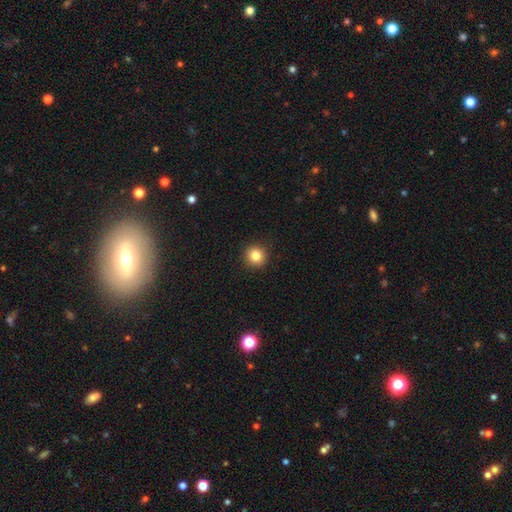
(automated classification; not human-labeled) smooth-or-featured: smooth: 84% | star or artifact: 10% | featured or disk: 6%
  how-rounded: round: 93% | in between: 6% | cigar-shaped: 1%
  merging: none: 92% | minor disturbance: 5% | major disturbance: 2% | merger: 1%